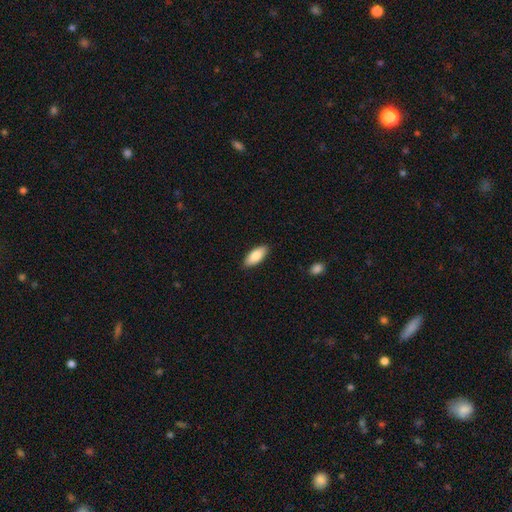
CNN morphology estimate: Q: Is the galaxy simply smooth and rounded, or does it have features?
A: smooth — 85%.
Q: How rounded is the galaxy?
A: in between — 86%.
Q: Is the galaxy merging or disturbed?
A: none — 88%.